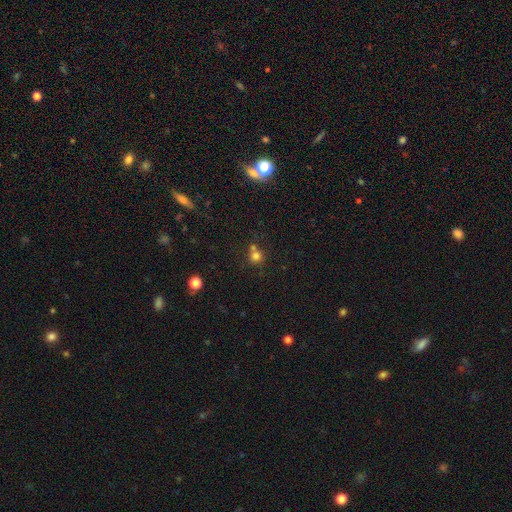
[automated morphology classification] This is likely a smooth galaxy (76%). How rounded: clearly round (88%). Merging: possibly none (56%).